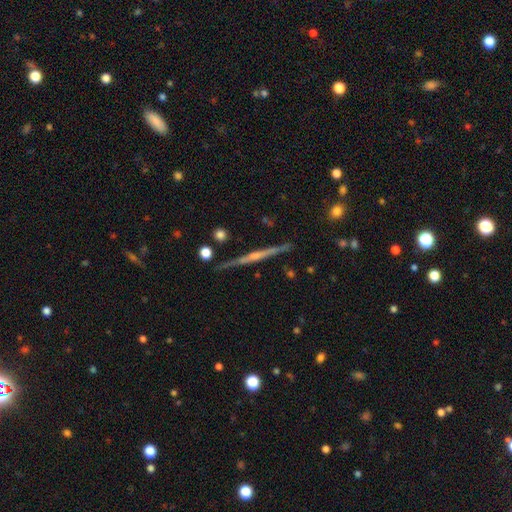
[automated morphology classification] Q: Smooth or featured?
A: featured or disk (79%); runner-up: smooth (15%)
Q: Edge-on disk?
A: yes (98%); runner-up: no (2%)
Q: Edge-on bulge?
A: rounded (52%); runner-up: none (35%)
Q: Merging?
A: none (88%); runner-up: minor disturbance (8%)